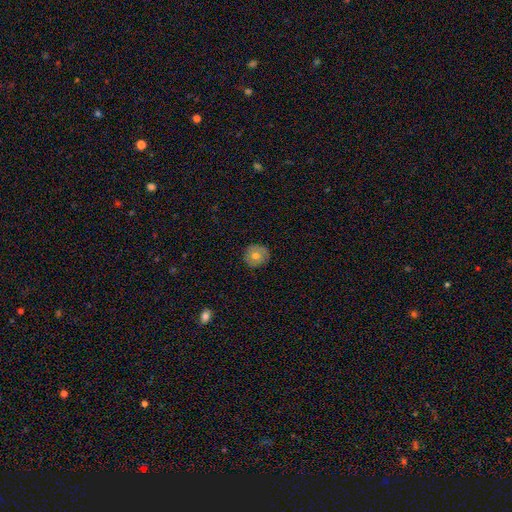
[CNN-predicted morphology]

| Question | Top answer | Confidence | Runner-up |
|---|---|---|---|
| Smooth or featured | smooth | 63% | featured or disk (29%) |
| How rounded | round | 89% | in between (10%) |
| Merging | none | 84% | minor disturbance (12%) |